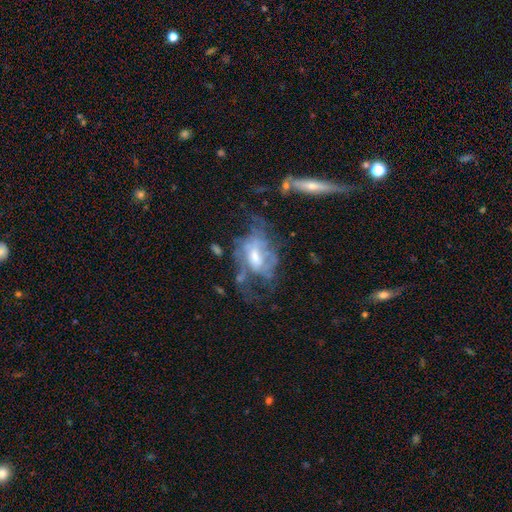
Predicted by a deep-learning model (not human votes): A featured or disk galaxy (74%) with no bar (48%), spiral arms (57%) and a moderate central bulge (53%).

Vote fractions:
- Smooth or featured? featured or disk: 74% / smooth: 17% / star or artifact: 9%
- Edge-on disk? no: 93% / yes: 7%
- Bar? no: 48% / weak: 40% / strong: 12%
- Spiral arms? yes: 57% / no: 43%
- Bulge size? moderate: 53% / small: 32% / large: 9% / none: 5% / dominant: 1%
- Merging? major disturbance: 38% / none: 34% / minor disturbance: 19% / merger: 8%